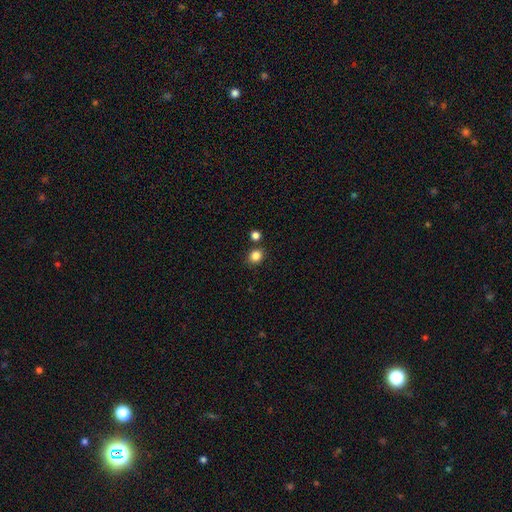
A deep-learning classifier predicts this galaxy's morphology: type=smooth (84%); roundness=round (72%); merging=none (81%).